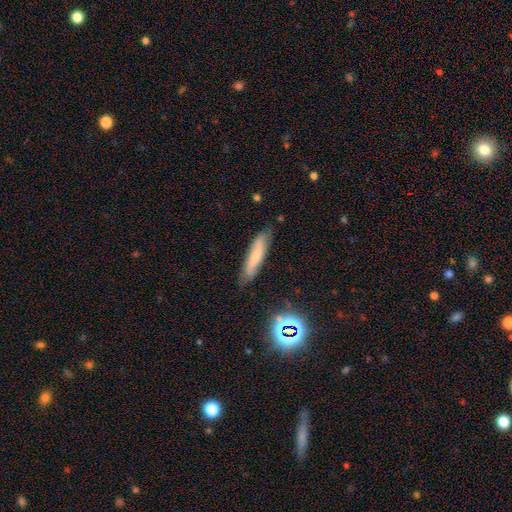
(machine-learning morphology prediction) type=smooth (59%); roundness=cigar-shaped (79%); merging=none (78%).